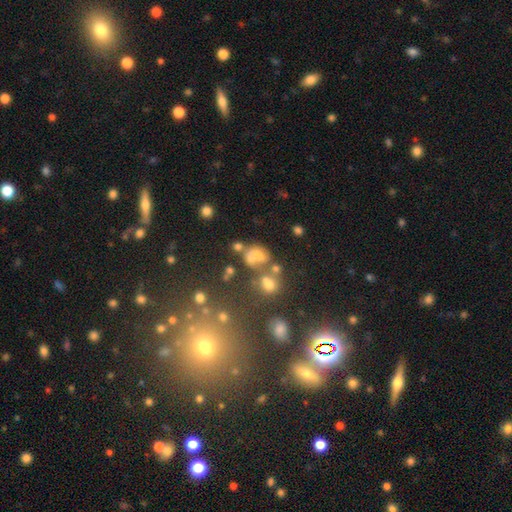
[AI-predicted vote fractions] The model was most divided on "how rounded": in between: 52%, round: 46%, cigar-shaped: 2%. Remaining: smooth or featured — smooth (51%); merging — merger (41%).